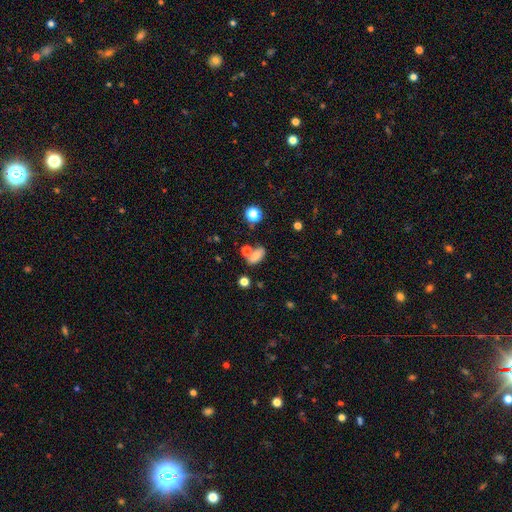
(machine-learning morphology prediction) smooth_or_featured: smooth (p=0.70) [alt: featured or disk p=0.17]
how_rounded: in between (p=0.80) [alt: round p=0.11]
merging: none (p=0.54) [alt: merger p=0.22]